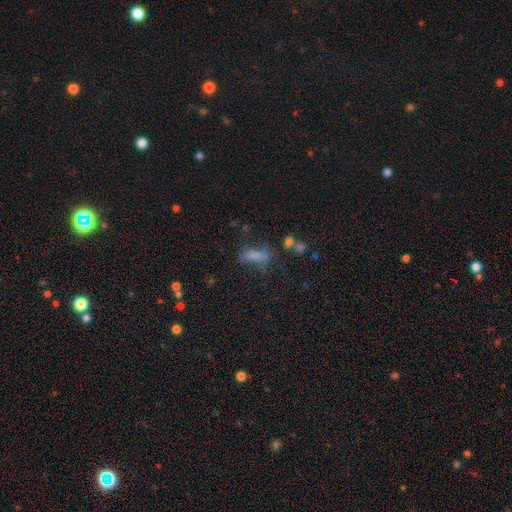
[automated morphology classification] Q: Smooth or featured?
A: smooth (67%); runner-up: featured or disk (17%)
Q: How rounded?
A: in between (65%); runner-up: cigar-shaped (29%)
Q: Merging?
A: none (43%); runner-up: minor disturbance (24%)